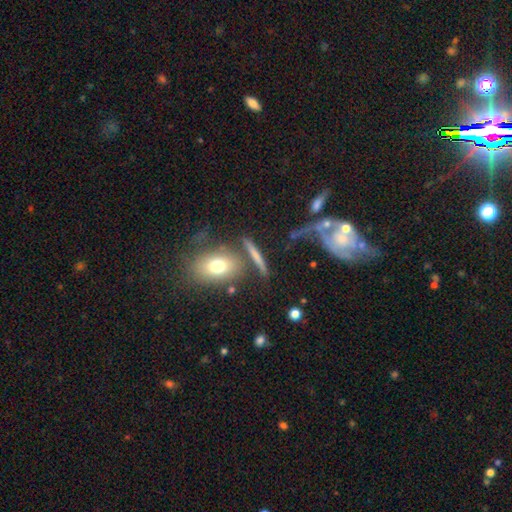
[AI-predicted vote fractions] smooth-or-featured: smooth: 51% | featured or disk: 38% | star or artifact: 11%
  how-rounded: cigar-shaped: 72% | in between: 17% | round: 11%
  merging: none: 67% | minor disturbance: 13% | merger: 13% | major disturbance: 7%